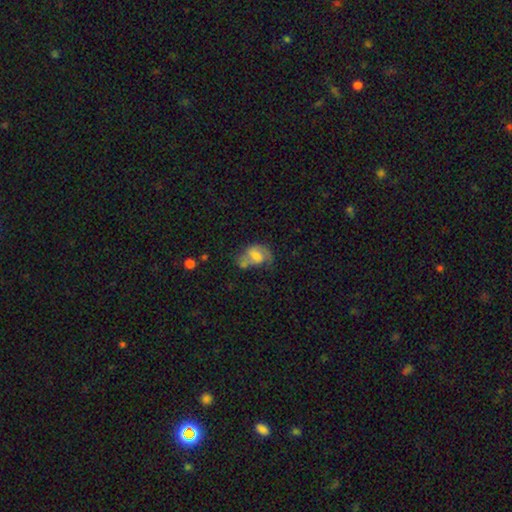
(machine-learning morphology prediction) featured or disk 53%, smooth 38%, star or artifact 9%. Down the decision tree: edge-on disk — no (97%); bar — weak (46%); spiral arms — yes (77%); bulge size — moderate (45%); merging — none (35%).